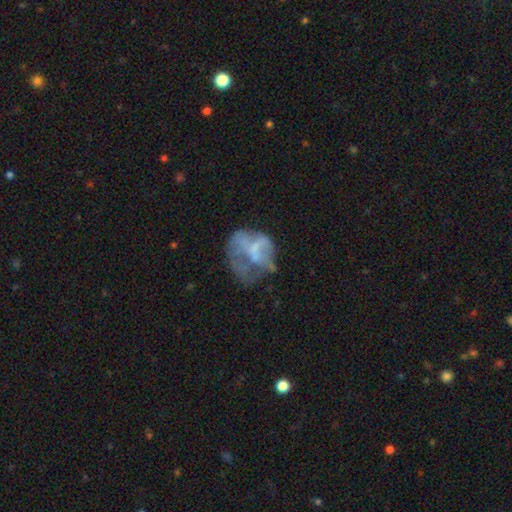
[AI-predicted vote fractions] Smooth or featured? Predicted: featured or disk (p=0.50). Edge-on disk? Predicted: no (p=0.98). Merging? Predicted: major disturbance (p=0.44).